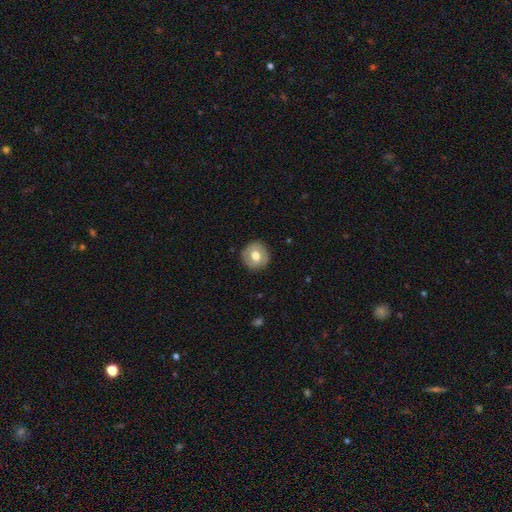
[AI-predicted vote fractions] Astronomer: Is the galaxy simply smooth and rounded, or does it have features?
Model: smooth — 62%.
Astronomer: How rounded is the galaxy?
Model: round — 90%.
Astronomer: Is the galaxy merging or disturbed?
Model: none — 87%.